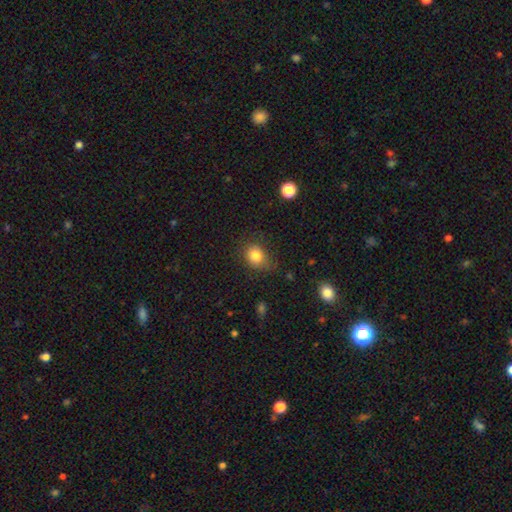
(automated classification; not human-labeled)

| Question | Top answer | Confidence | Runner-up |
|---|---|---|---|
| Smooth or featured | smooth | 81% | star or artifact (11%) |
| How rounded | round | 61% | in between (38%) |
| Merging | none | 65% | minor disturbance (25%) |